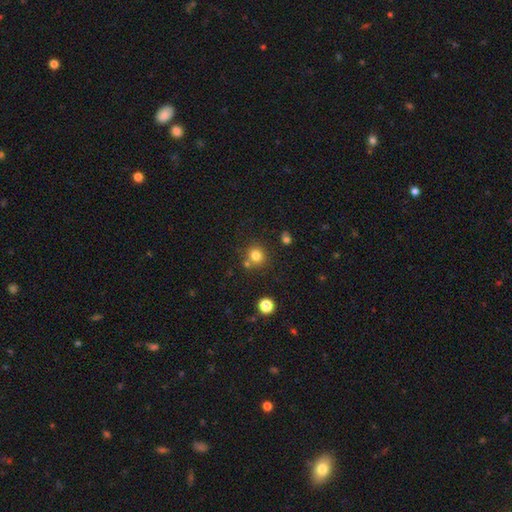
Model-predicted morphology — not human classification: smooth 79%, star or artifact 14%, featured or disk 7%. Down the decision tree: how rounded — round (88%); merging — none (74%).